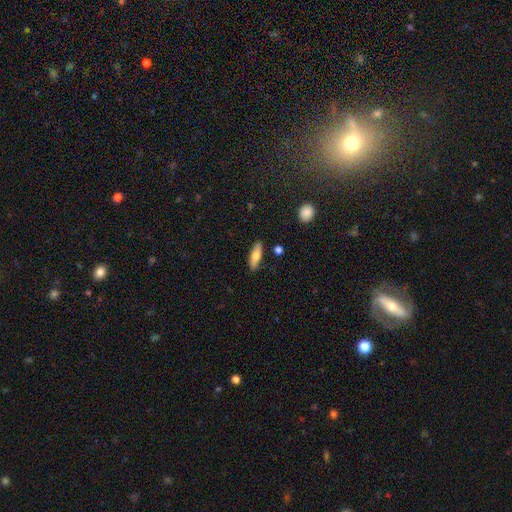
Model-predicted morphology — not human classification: smooth 67%, featured or disk 27%, star or artifact 6%. Down the decision tree: how rounded — cigar-shaped (52%); merging — none (86%).